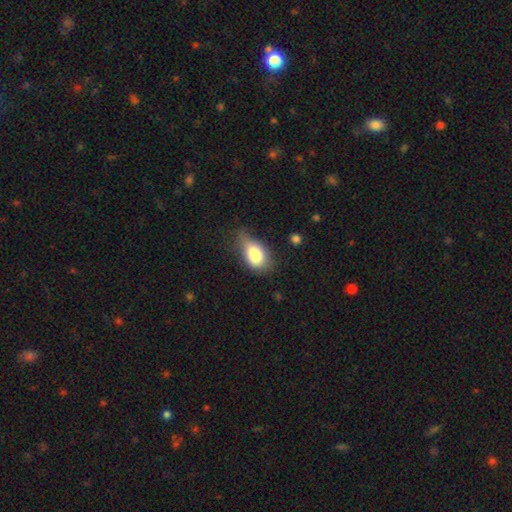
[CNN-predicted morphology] A smooth galaxy with no disk features (75%) that is in between round and cigar-shaped (84%).

Vote fractions:
- Smooth or featured? smooth: 75% / featured or disk: 16% / star or artifact: 9%
- How rounded? in between: 84% / round: 13% / cigar-shaped: 3%
- Merging? minor disturbance: 38% / none: 28% / major disturbance: 18% / merger: 16%